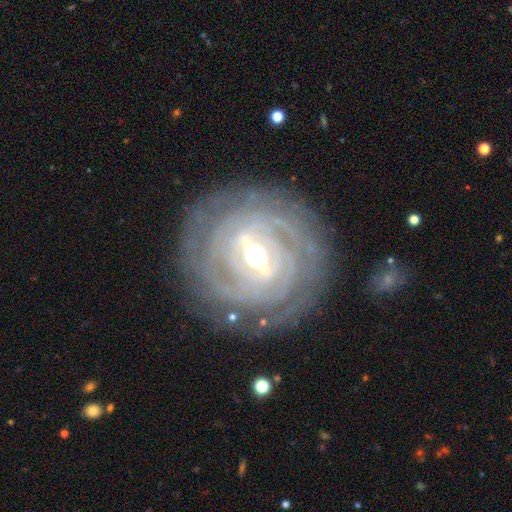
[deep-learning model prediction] This appears to be a featured or disk galaxy (90%) with a strong bar (66%), tight (87%) spiral arms (95%) and a moderate central bulge (68%). Merging: none (83%).